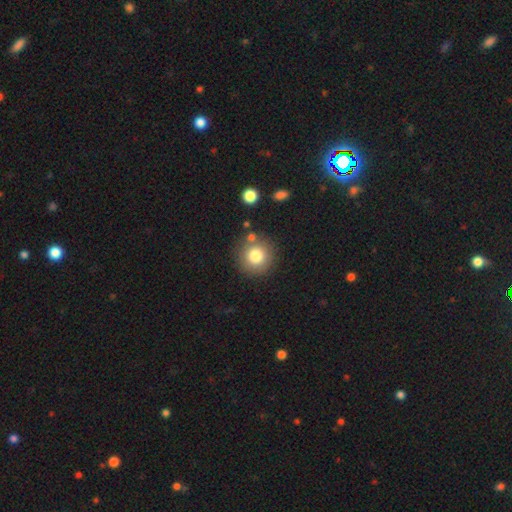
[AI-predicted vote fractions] Smooth or featured? smooth (79%)
How rounded? round (94%)
Merging? none (81%)